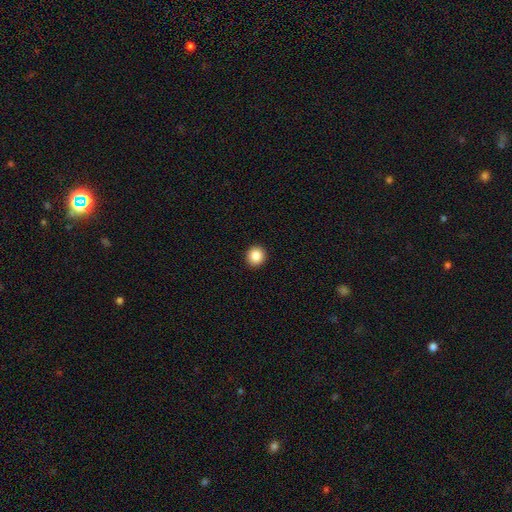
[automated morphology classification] Smooth or featured: smooth — 87% (star or artifact — 9%)
How rounded: round — 92% (in between — 7%)
Merging: none — 93% (minor disturbance — 4%)